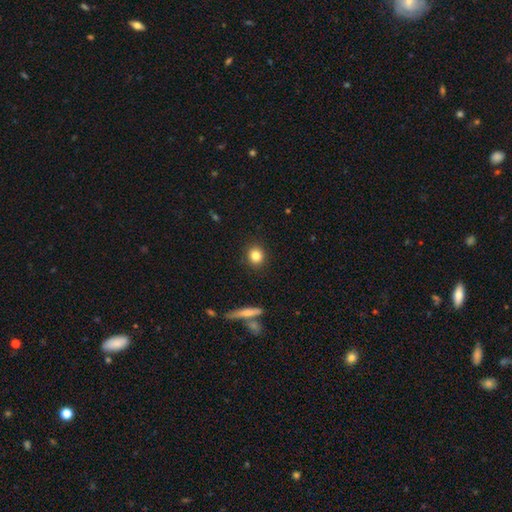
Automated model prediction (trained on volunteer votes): A smooth galaxy with no disk features (83%) that is round (86%). Merging: none (90%).